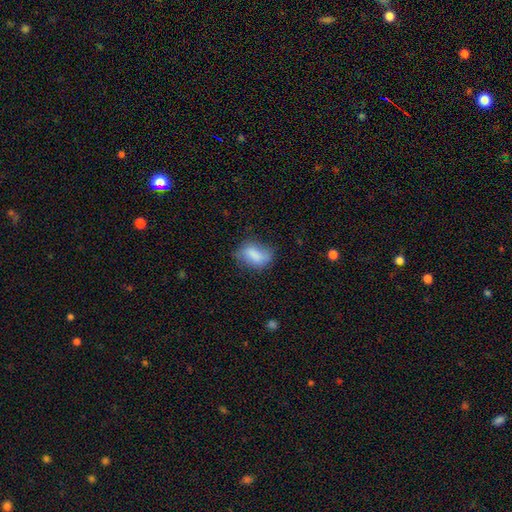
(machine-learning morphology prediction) smooth-or-featured: smooth: 77% | featured or disk: 15% | star or artifact: 8%
  how-rounded: in between: 84% | round: 13% | cigar-shaped: 4%
  merging: none: 54% | minor disturbance: 31% | major disturbance: 12% | merger: 3%